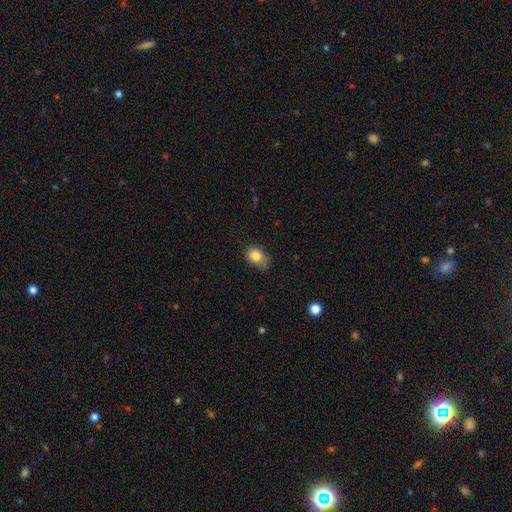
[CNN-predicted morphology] Smooth or featured: smooth — 83% (star or artifact — 9%)
How rounded: in between — 57% (round — 42%)
Merging: none — 54% (minor disturbance — 35%)